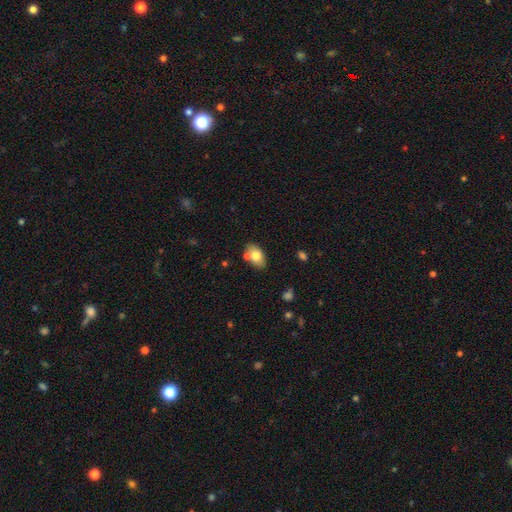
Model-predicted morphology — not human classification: smooth-or-featured: smooth: 75% | featured or disk: 17% | star or artifact: 8%
  how-rounded: in between: 88% | round: 10% | cigar-shaped: 2%
  merging: none: 68% | merger: 15% | minor disturbance: 14% | major disturbance: 3%